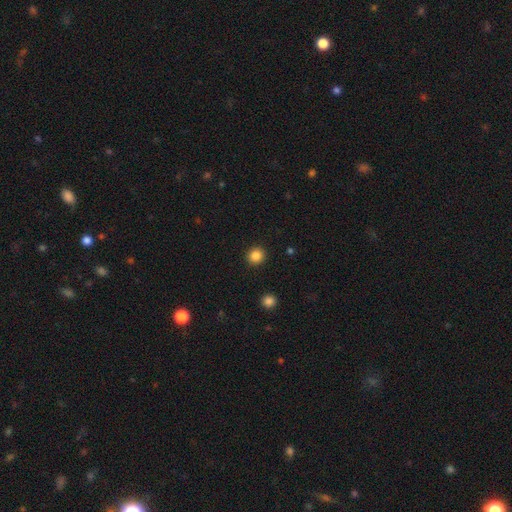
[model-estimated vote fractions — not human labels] Morphology: type=smooth (86%); roundness=round (89%); merging=none (92%).